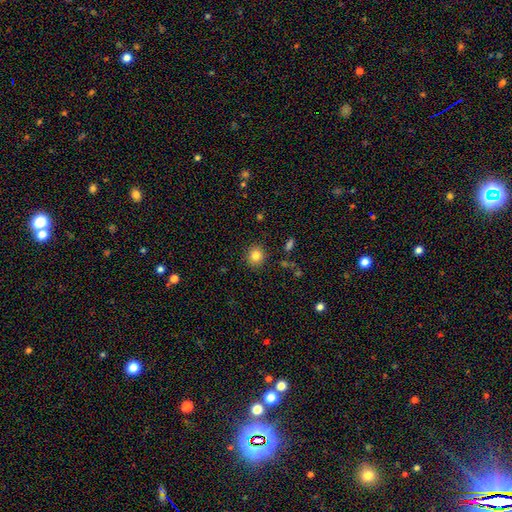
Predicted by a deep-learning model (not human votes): A smooth galaxy with no disk features (82%) that is round (88%). Merging: none (89%).